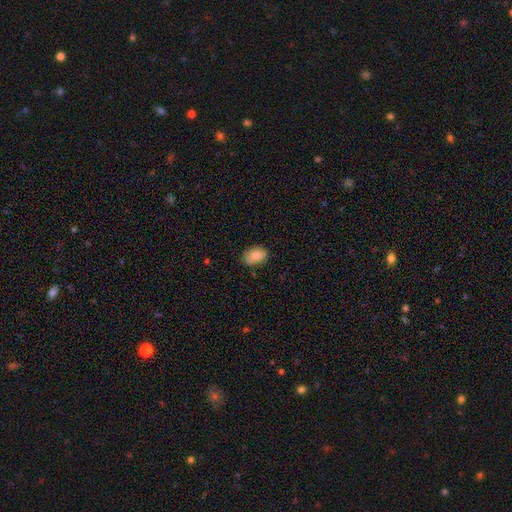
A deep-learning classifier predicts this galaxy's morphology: The model was most divided on "merging": none: 72%, minor disturbance: 22%, major disturbance: 4%, merger: 2%. More confident: how rounded — in between (82%); smooth or featured — smooth (78%).